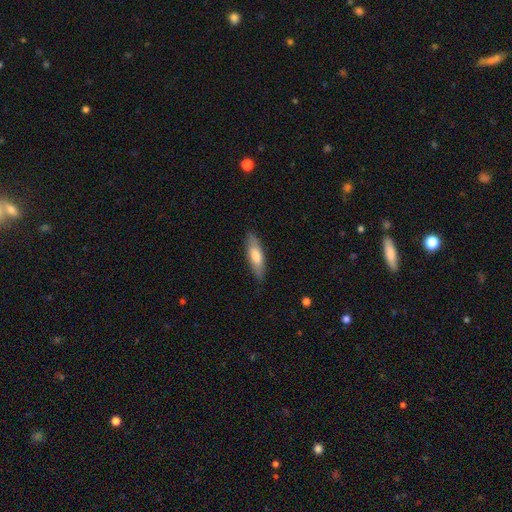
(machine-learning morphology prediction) smooth 68%, featured or disk 26%, star or artifact 6%. Down the decision tree: how rounded — cigar-shaped (58%); merging — none (83%).